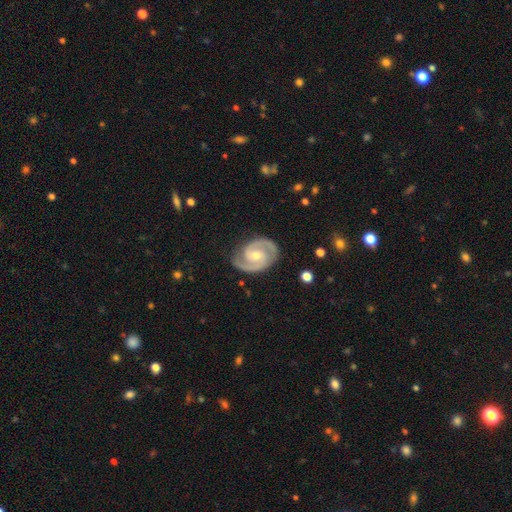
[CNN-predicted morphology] type=featured or disk (92%); edge-on=no (98%); bar=no (47%); spiral arms=yes (98%); winding=medium (51%); arm count=2 (92%); bulge=moderate (51%); merging=none (82%).